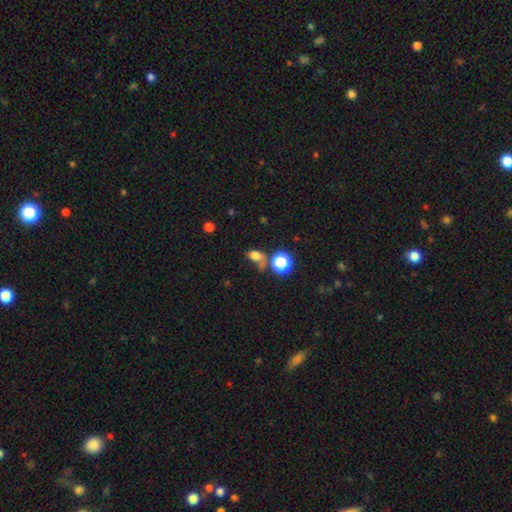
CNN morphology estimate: The model was most divided on "merging": none: 39%, major disturbance: 22%, minor disturbance: 20%, merger: 19%. More confident: how rounded — in between (72%); smooth or featured — smooth (69%).